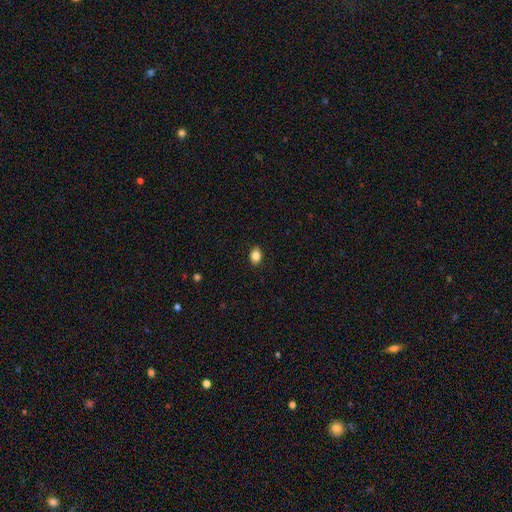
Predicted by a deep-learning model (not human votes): This appears to be a smooth galaxy with no disk features (85%) that is in between round and cigar-shaped (75%). Merging: none (89%).